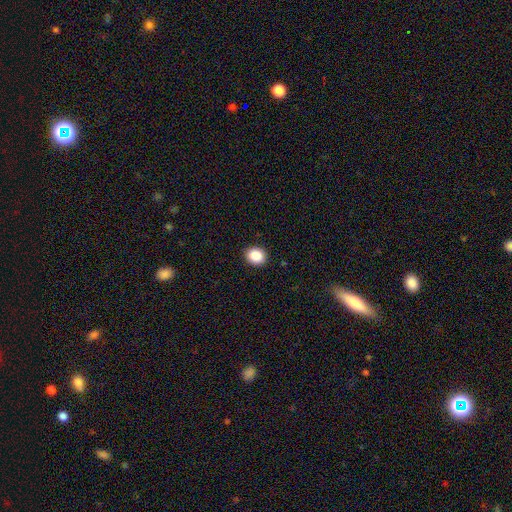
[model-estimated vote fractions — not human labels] smooth-or-featured: smooth: 88% | star or artifact: 9% | featured or disk: 3%
  how-rounded: round: 57% | in between: 42% | cigar-shaped: 1%
  merging: none: 91% | minor disturbance: 6% | major disturbance: 2% | merger: 1%